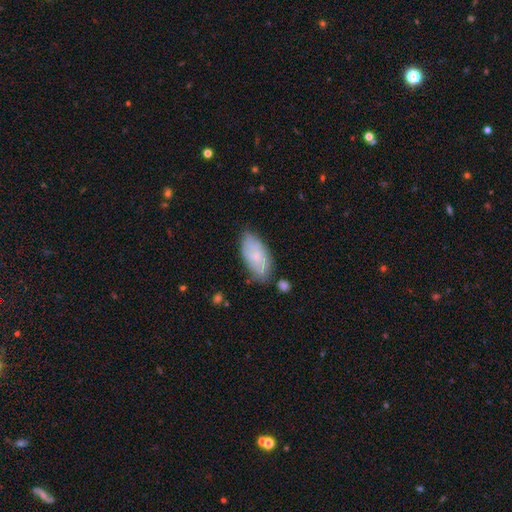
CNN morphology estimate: Smooth or featured: smooth — 61% (featured or disk — 32%)
How rounded: in between — 90% (cigar-shaped — 8%)
Merging: none — 67% (minor disturbance — 24%)